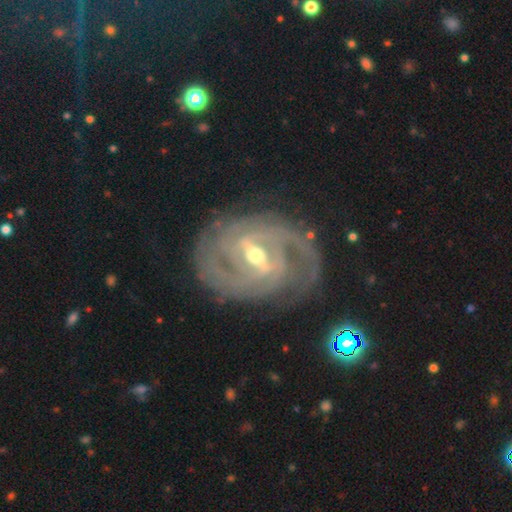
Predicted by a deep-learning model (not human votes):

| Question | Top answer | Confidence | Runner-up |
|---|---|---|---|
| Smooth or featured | featured or disk | 92% | star or artifact (4%) |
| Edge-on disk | no | 96% | yes (4%) |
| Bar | strong | 61% | weak (31%) |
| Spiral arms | yes | 97% | no (3%) |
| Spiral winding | tight | 63% | medium (31%) |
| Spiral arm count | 2 | 42% | 3 (20%) |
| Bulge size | moderate | 59% | small (36%) |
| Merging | none | 76% | minor disturbance (15%) |